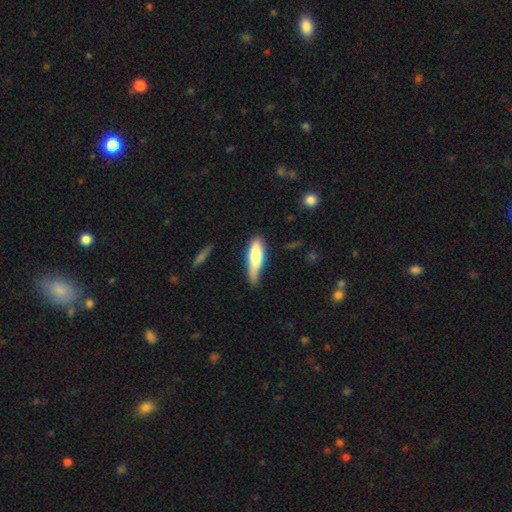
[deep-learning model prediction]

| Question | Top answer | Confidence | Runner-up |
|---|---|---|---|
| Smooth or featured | smooth | 74% | featured or disk (20%) |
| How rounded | cigar-shaped | 58% | in between (40%) |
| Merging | none | 45% | minor disturbance (40%) |